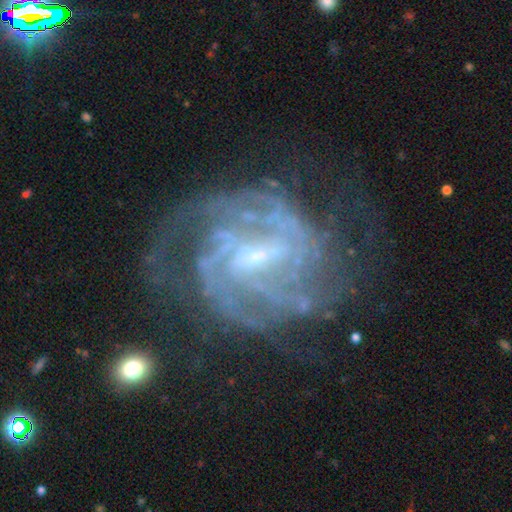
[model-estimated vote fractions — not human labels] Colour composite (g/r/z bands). It shows a featured or disk galaxy (90%) with a weak bar (53%), 2 (27%) tight (55%) spiral arms (97%) and a small central bulge (67%). Merging: none (65%).